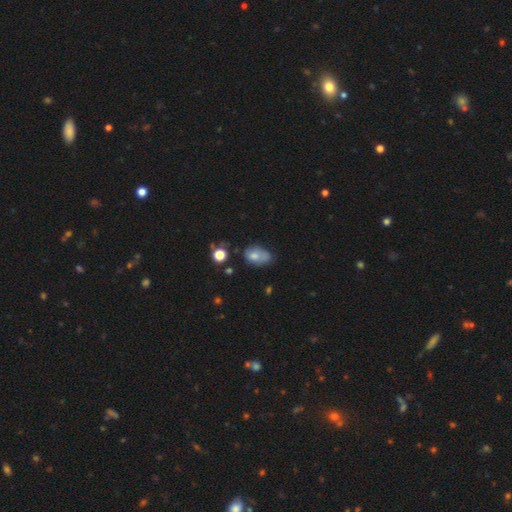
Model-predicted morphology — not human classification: Q: Smooth or featured?
A: smooth (68%); runner-up: featured or disk (21%)
Q: How rounded?
A: in between (83%); runner-up: round (15%)
Q: Merging?
A: none (41%); runner-up: minor disturbance (34%)